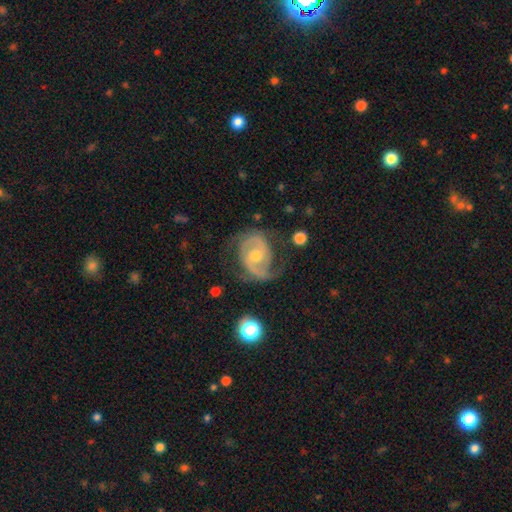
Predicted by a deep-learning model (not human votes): Overall: featured or disk (86%). Edge-on disk: no (97%). Bar: no (47%; weak 39%). Spiral arms: yes (94%). Spiral arm count: 2 (85%). Spiral winding: medium (49%; tight 32%). Bulge size: moderate (66%; small 30%). Merging: none (66%).